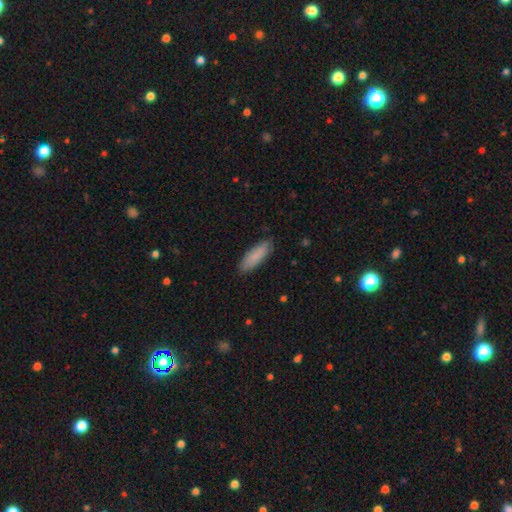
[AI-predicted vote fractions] Morphology: type=smooth (86%); roundness=in between (54%); merging=none (86%).